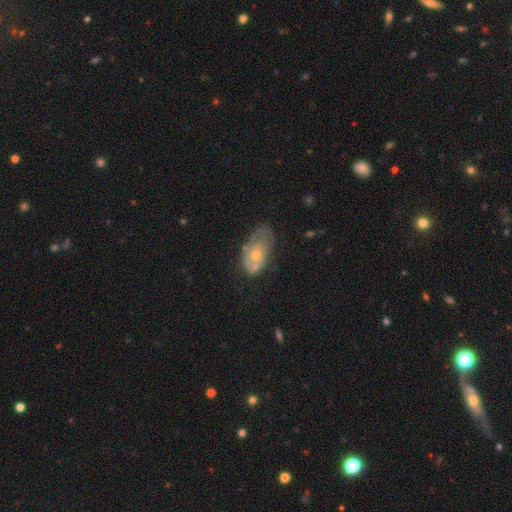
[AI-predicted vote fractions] This is possibly a featured or disk galaxy (56%). It is clearly not viewed edge-on (92%). Bar: clearly no (85%). Spiral arm pattern: possibly no (54%). Central bulge: possibly moderate (52%). Merging: marginally none (41%).